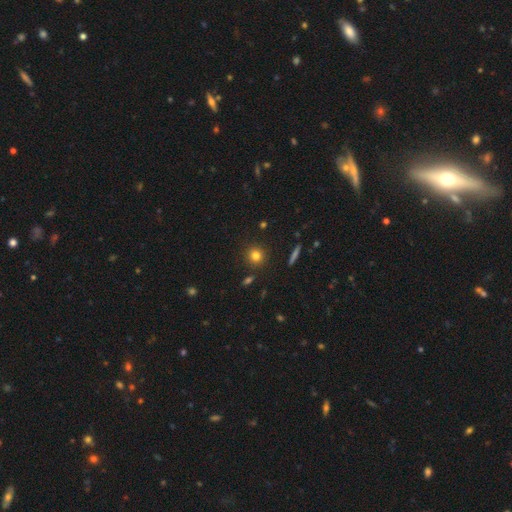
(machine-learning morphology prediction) This appears to be a smooth galaxy with no disk features (80%) that is round (90%). Merging: none (89%).